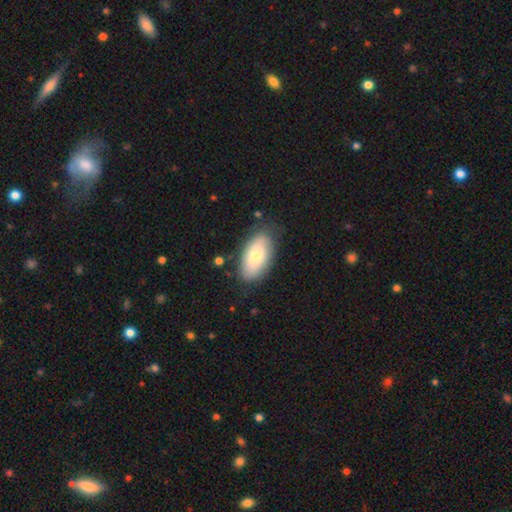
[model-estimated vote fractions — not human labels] smooth 70%, featured or disk 24%, star or artifact 6%. Down the decision tree: how rounded — in between (94%); merging — none (78%).